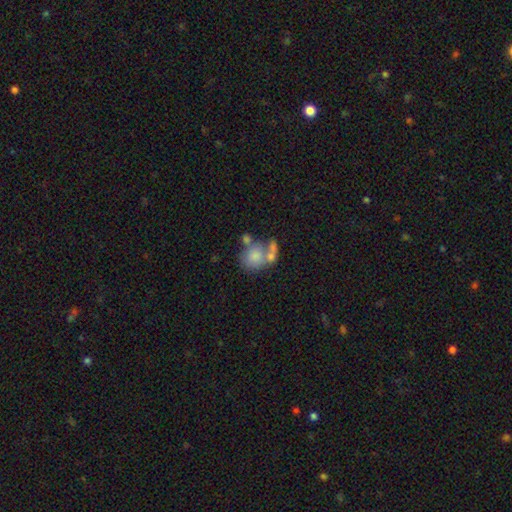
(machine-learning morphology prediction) The model was most divided on "merging": merger: 47%, none: 29%, minor disturbance: 13%, major disturbance: 11%. More confident: smooth or featured — smooth (66%); how rounded — round (60%).